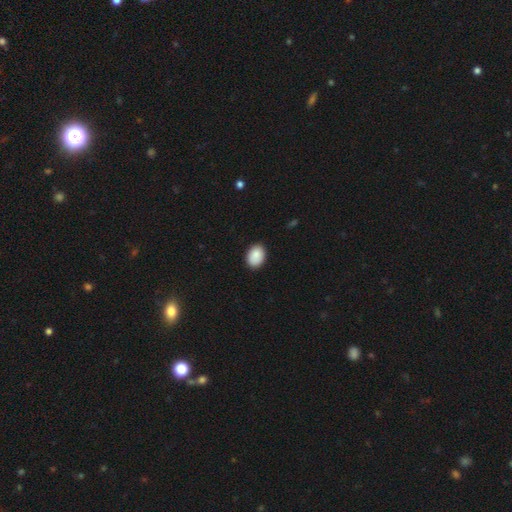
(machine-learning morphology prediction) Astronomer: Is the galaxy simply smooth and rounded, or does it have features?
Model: smooth — 89%.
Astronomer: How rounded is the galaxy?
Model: in between — 76%.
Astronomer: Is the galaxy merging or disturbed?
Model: none — 88%.